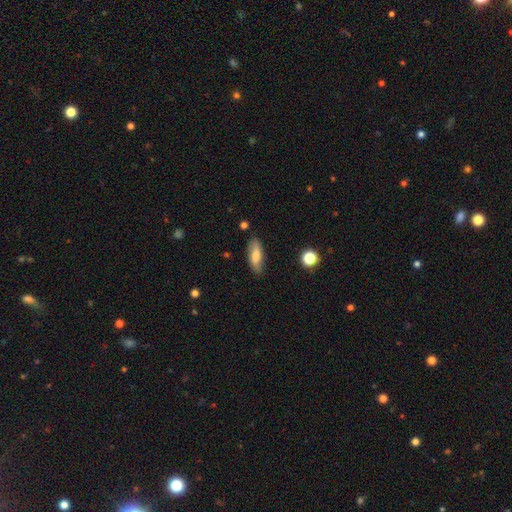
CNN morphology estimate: This appears to be a smooth galaxy with no disk features (66%) that is in between round and cigar-shaped (68%). Merging: none (79%).